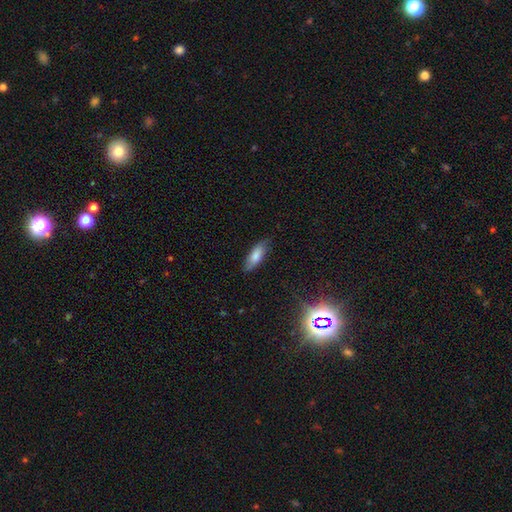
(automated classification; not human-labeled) Smooth or featured?
  - smooth: 76% *
  - featured or disk: 16%
  - star or artifact: 7%
How rounded?
  - in between: 64% *
  - cigar-shaped: 34%
  - round: 2%
Merging?
  - none: 79% *
  - minor disturbance: 17%
  - major disturbance: 3%
  - merger: 1%